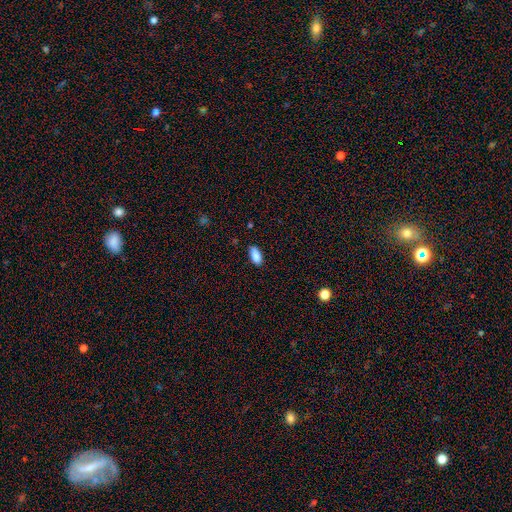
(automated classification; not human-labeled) smooth_or_featured: smooth (p=0.88) [alt: star or artifact p=0.08]
how_rounded: in between (p=0.89) [alt: cigar-shaped p=0.09]
merging: none (p=0.84) [alt: minor disturbance p=0.13]